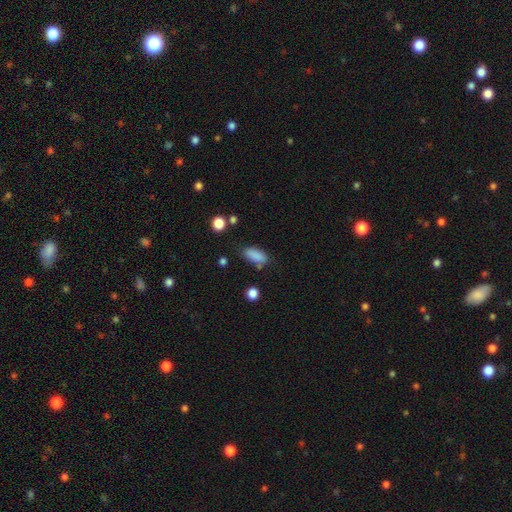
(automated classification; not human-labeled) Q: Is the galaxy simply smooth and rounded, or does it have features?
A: smooth — 86%.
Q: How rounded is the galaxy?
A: in between — 85%.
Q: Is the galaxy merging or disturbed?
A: none — 70%.